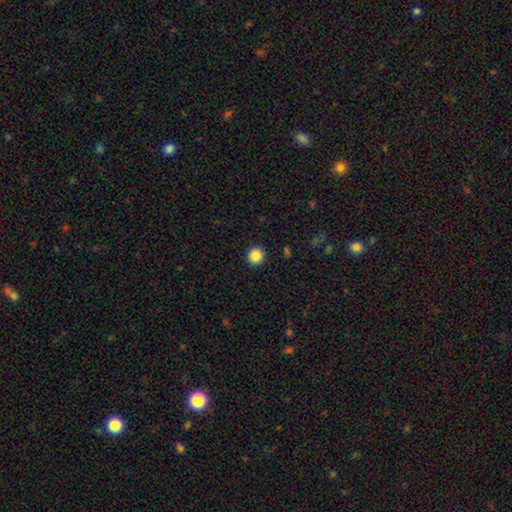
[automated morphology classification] type=smooth (87%); roundness=round (94%); merging=none (93%).